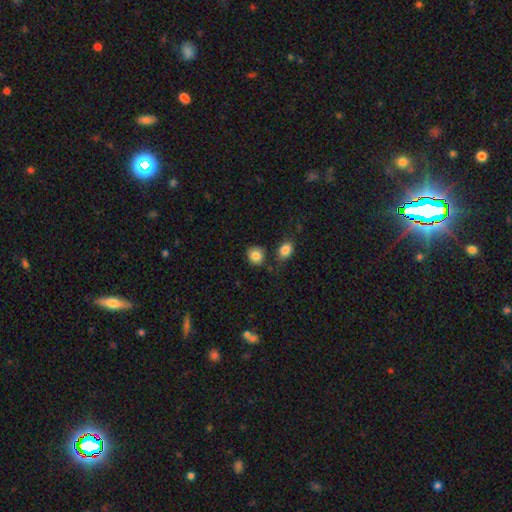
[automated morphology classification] Overall: smooth (85%). How rounded: round (78%). Merging: none (76%).